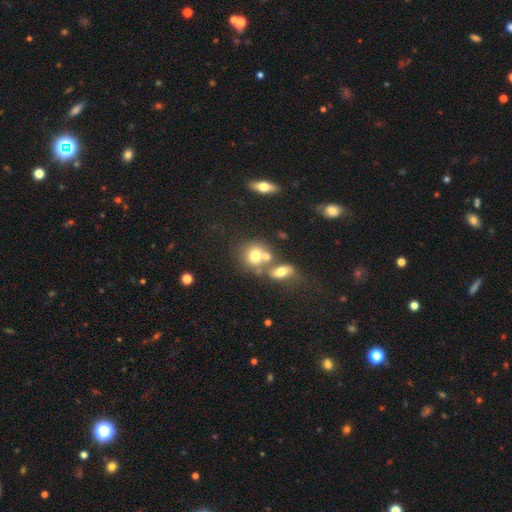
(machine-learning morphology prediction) The model was most divided on "merging": merger: 47%, none: 37%, minor disturbance: 10%, major disturbance: 6%. More confident: smooth or featured — smooth (69%); how rounded — round (68%).